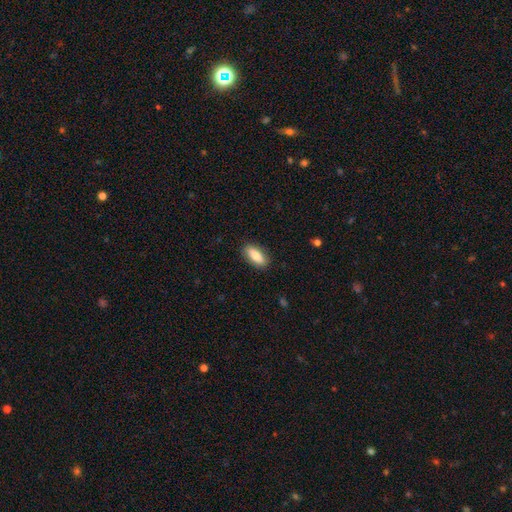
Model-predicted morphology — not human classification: Smooth or featured? smooth (82%)
How rounded? in between (82%)
Merging? none (87%)